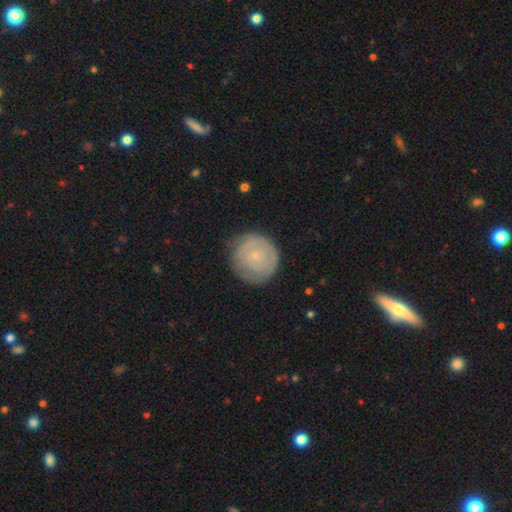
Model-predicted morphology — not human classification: type=smooth (55%); roundness=round (90%); merging=none (76%).